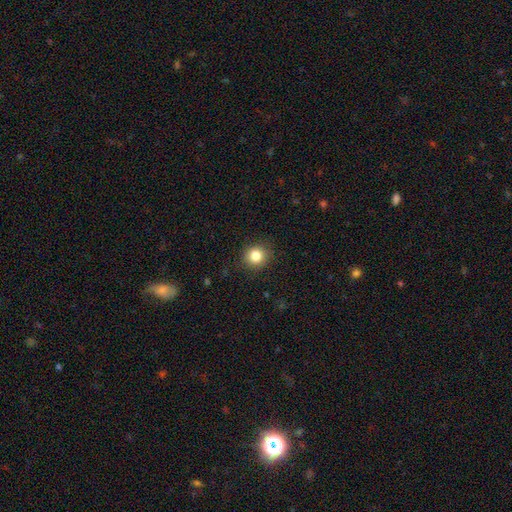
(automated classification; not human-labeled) Smooth or featured?
  - smooth: 84% *
  - star or artifact: 11%
  - featured or disk: 5%
How rounded?
  - round: 88% *
  - in between: 12%
  - cigar-shaped: 1%
Merging?
  - none: 89% *
  - minor disturbance: 8%
  - major disturbance: 2%
  - merger: 1%